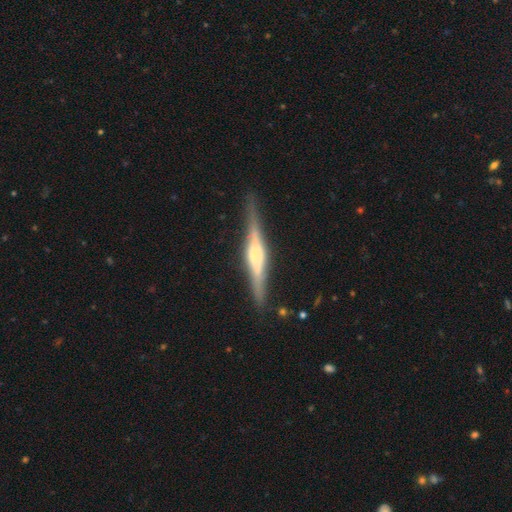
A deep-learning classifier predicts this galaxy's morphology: This appears to be a featured or disk galaxy (79%) viewed edge-on (97%) with a rounded central bulge (50%). Merging: none (85%).